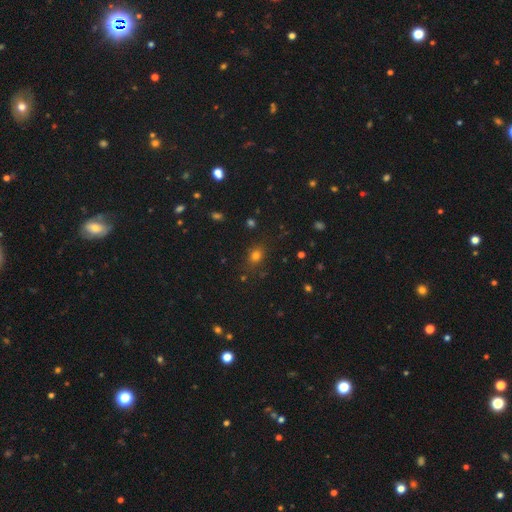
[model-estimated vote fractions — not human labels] Smooth or featured? smooth (75%)
How rounded? round (59%)
Merging? none (81%)